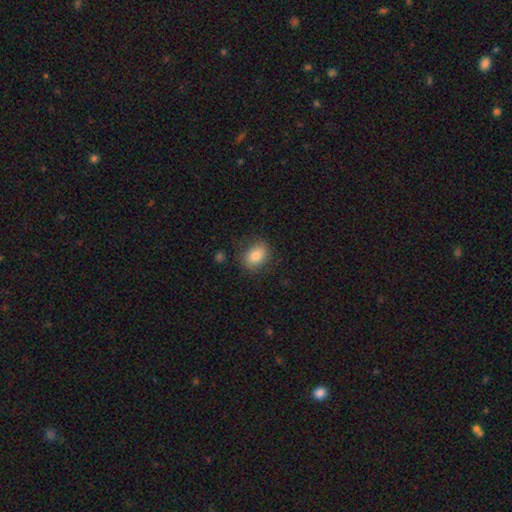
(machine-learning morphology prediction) Smooth or featured: smooth — 81% (featured or disk — 11%)
How rounded: in between — 70% (round — 29%)
Merging: none — 80% (minor disturbance — 14%)